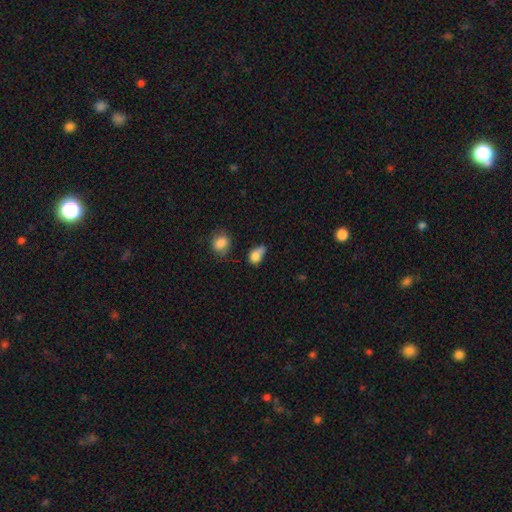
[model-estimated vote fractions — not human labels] A smooth galaxy with no disk features (77%) that is in between round and cigar-shaped (65%).

Vote fractions:
- Smooth or featured? smooth: 77% / featured or disk: 12% / star or artifact: 11%
- How rounded? in between: 65% / round: 31% / cigar-shaped: 3%
- Merging? none: 32% (tied) / minor disturbance: 32% (tied) / major disturbance: 19% / merger: 17%